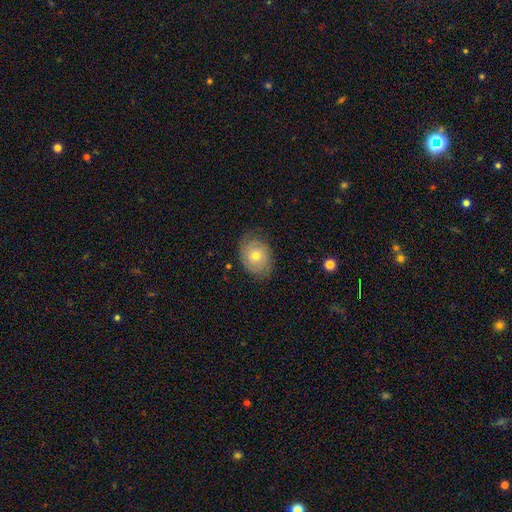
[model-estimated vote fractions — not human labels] This appears to be a smooth galaxy with no disk features (59%) that is in between round and cigar-shaped (61%). Merging: none (73%).